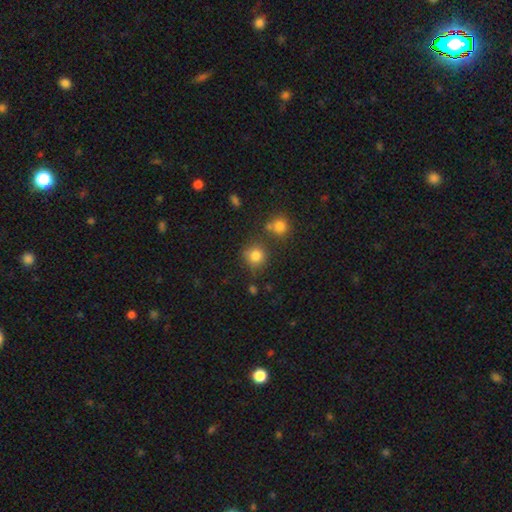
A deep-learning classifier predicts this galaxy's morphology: A smooth galaxy with no disk features (81%) that is round (90%).

Vote fractions:
- Smooth or featured? smooth: 81% / star or artifact: 13% / featured or disk: 6%
- How rounded? round: 90% / in between: 9% / cigar-shaped: 1%
- Merging? none: 74% / minor disturbance: 12% / merger: 10% / major disturbance: 4%